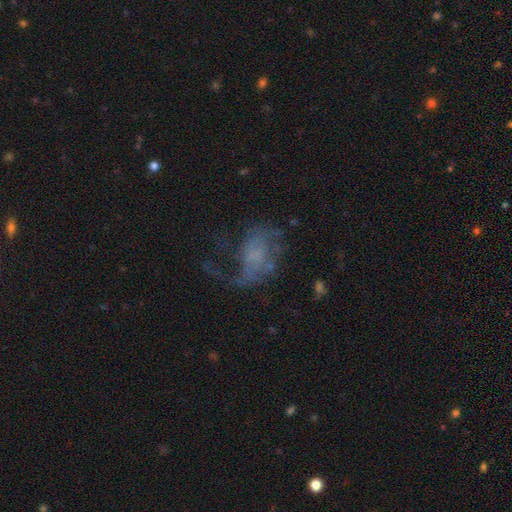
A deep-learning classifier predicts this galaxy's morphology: The model was most divided on "merging": major disturbance: 46%, none: 33%, minor disturbance: 17%, merger: 4%. More confident: edge-on disk — no (97%); bar — no (72%); spiral arms — yes (67%); smooth or featured — featured or disk (61%); bulge size — none (56%).